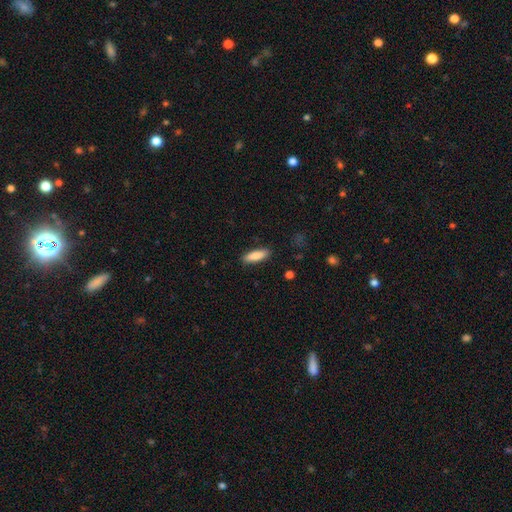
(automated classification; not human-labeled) smooth-or-featured: smooth: 84% | featured or disk: 10% | star or artifact: 6%
  how-rounded: in between: 51% | cigar-shaped: 48% | round: 2%
  merging: none: 88% | minor disturbance: 9% | major disturbance: 2% | merger: 1%